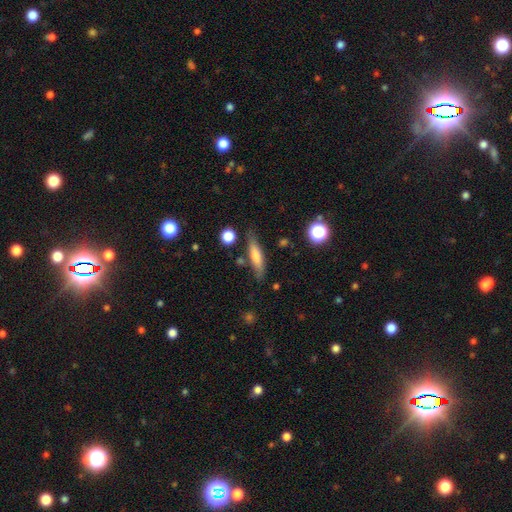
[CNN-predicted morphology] Overall: smooth (64%; featured or disk 29%). How rounded: cigar-shaped (77%). Merging: none (78%).